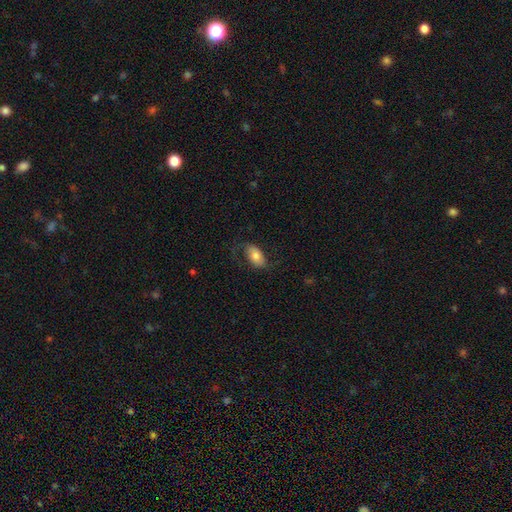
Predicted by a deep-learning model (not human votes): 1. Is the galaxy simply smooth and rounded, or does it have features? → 63% smooth, 29% featured or disk, 7% star or artifact.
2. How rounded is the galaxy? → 93% in between, 5% round, 3% cigar-shaped.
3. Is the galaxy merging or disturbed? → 65% none, 20% minor disturbance, 14% major disturbance, 1% merger.